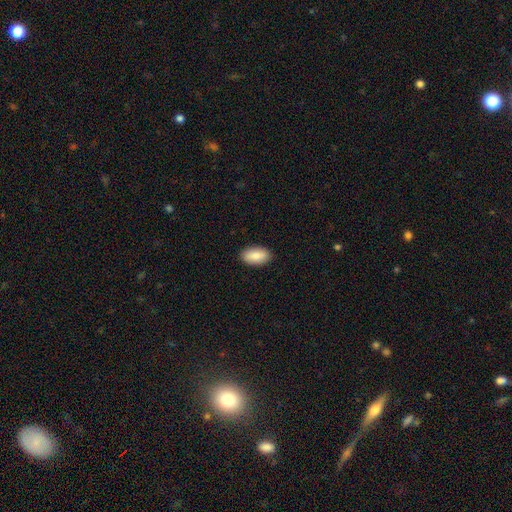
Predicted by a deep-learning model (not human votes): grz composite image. It shows a smooth galaxy with no disk features (84%) that is in between round and cigar-shaped (94%). Merging: none (90%).